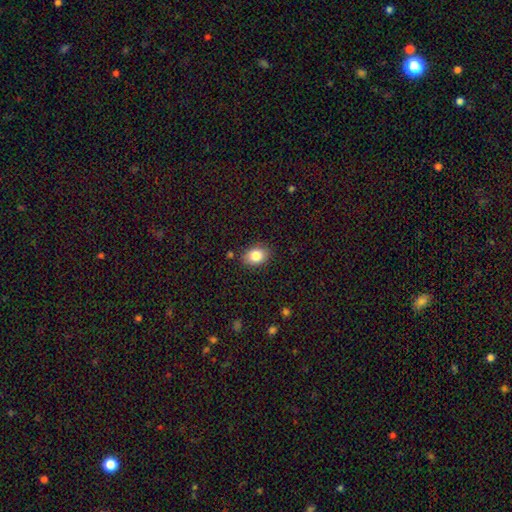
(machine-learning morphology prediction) smooth-or-featured: smooth: 83% | star or artifact: 9% | featured or disk: 8%
  how-rounded: in between: 71% | round: 28% | cigar-shaped: 1%
  merging: none: 86% | minor disturbance: 10% | major disturbance: 2% | merger: 2%